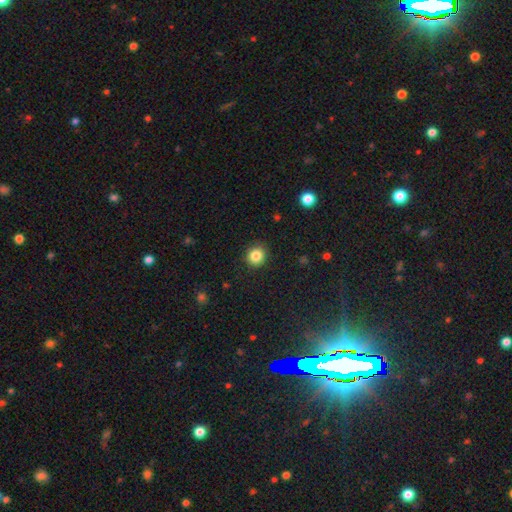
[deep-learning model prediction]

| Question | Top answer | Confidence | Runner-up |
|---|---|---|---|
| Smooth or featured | smooth | 84% | star or artifact (11%) |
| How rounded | round | 87% | in between (12%) |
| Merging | none | 89% | minor disturbance (7%) |